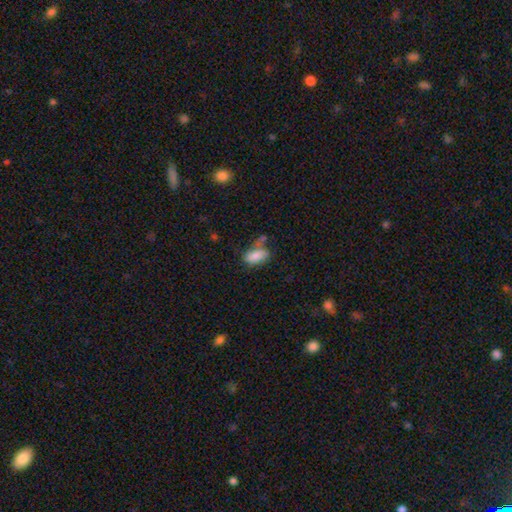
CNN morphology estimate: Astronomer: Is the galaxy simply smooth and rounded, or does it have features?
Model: smooth — 83%.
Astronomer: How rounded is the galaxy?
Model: in between — 92%.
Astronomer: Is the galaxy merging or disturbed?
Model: none — 48% (runner-up: minor disturbance, 24%).